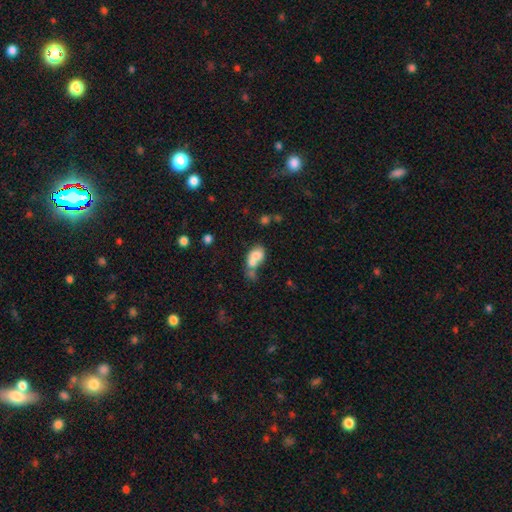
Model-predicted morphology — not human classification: This is likely a smooth galaxy (68%). How rounded: likely in between (66%). Merging: likely merger (66%).